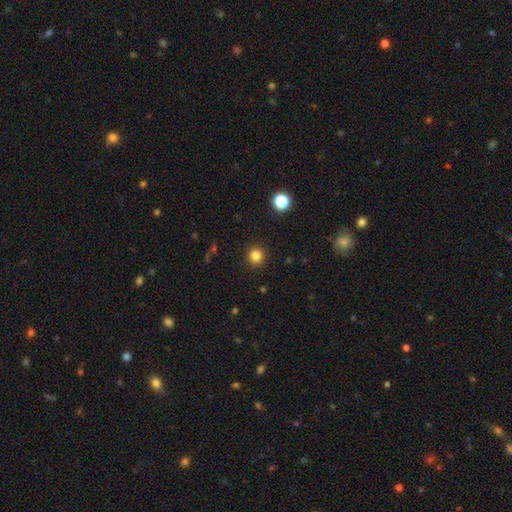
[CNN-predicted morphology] Smooth or featured?
  - smooth: 83% *
  - star or artifact: 13%
  - featured or disk: 4%
How rounded?
  - round: 93% *
  - in between: 6%
  - cigar-shaped: 1%
Merging?
  - none: 92% *
  - minor disturbance: 5%
  - major disturbance: 2%
  - merger: 1%